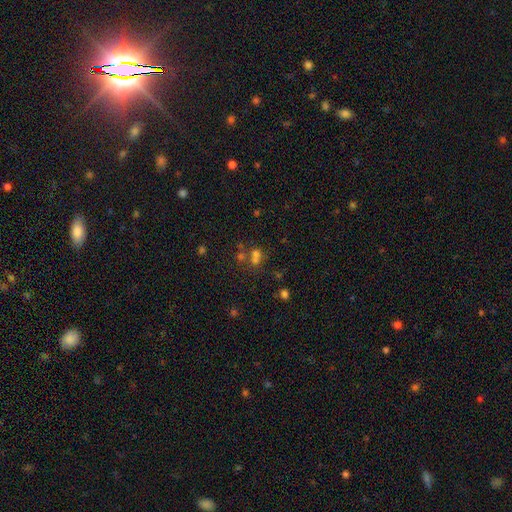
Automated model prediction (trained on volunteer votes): Smooth or featured? Predicted: smooth (p=0.54). How rounded? Predicted: round (p=0.75). Merging? Predicted: merger (p=0.50).